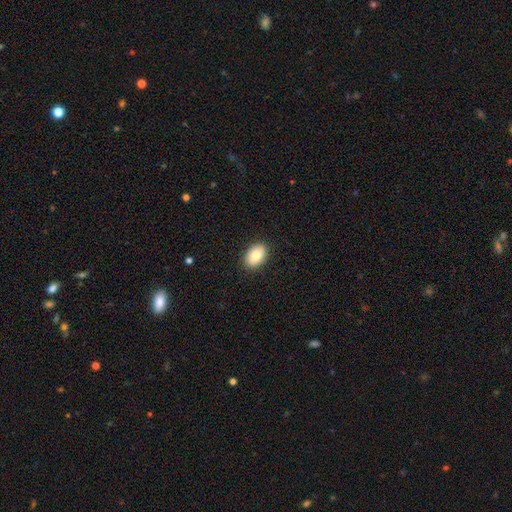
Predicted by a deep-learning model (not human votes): smooth_or_featured: smooth (p=0.84) [alt: featured or disk p=0.09]
how_rounded: in between (p=0.87) [alt: round p=0.12]
merging: none (p=0.89) [alt: minor disturbance p=0.08]